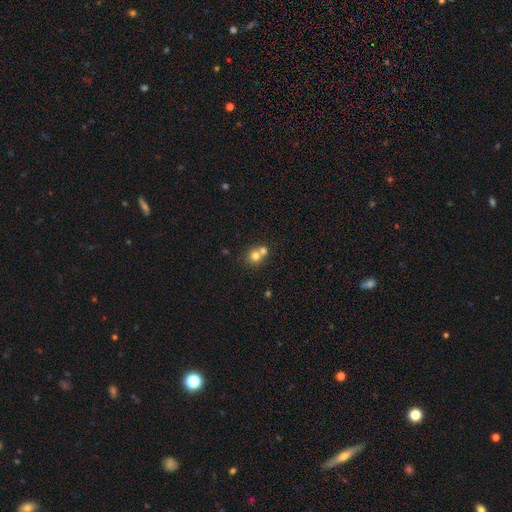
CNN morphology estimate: A smooth galaxy with no disk features (75%) that is round (86%).

Vote fractions:
- Smooth or featured? smooth: 75% / featured or disk: 13% / star or artifact: 12%
- How rounded? round: 86% / in between: 13% / cigar-shaped: 1%
- Merging? merger: 48% / none: 43% / minor disturbance: 6% / major disturbance: 2%